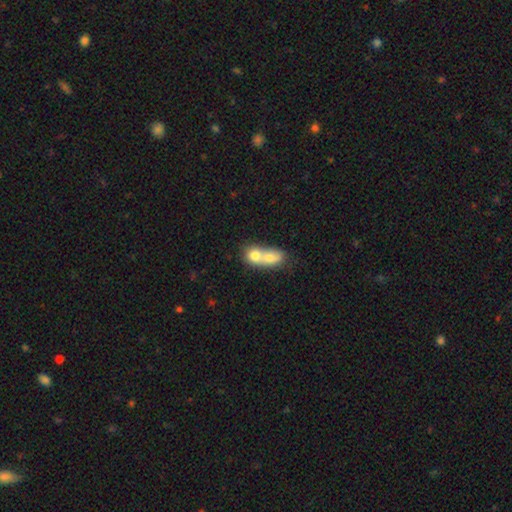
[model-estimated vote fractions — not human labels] Morphology: type=smooth (69%); roundness=in between (50%); merging=merger (78%).